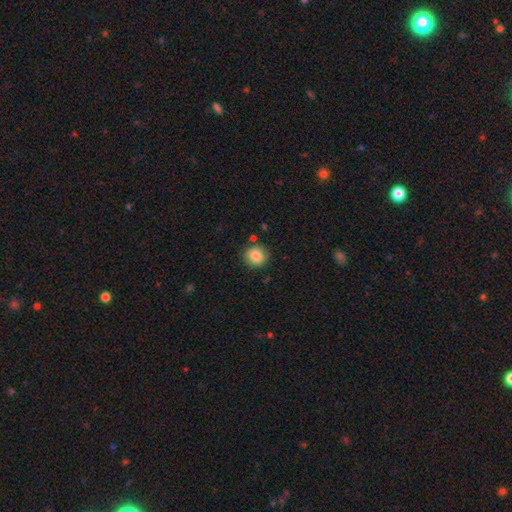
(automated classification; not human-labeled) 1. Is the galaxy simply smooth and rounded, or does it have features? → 84% smooth, 9% star or artifact, 7% featured or disk.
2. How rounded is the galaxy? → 83% round, 16% in between, 1% cigar-shaped.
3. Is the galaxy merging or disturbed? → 83% none, 11% minor disturbance, 3% merger, 3% major disturbance.